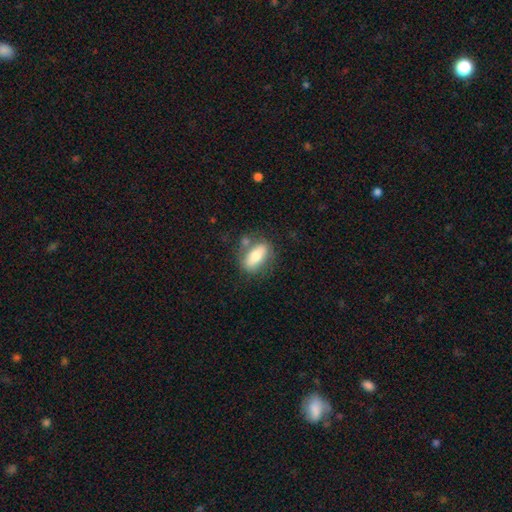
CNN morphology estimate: smooth_or_featured: smooth (p=0.67) [alt: featured or disk p=0.27]
how_rounded: in between (p=0.84) [alt: cigar-shaped p=0.10]
merging: none (p=0.66) [alt: minor disturbance p=0.17]